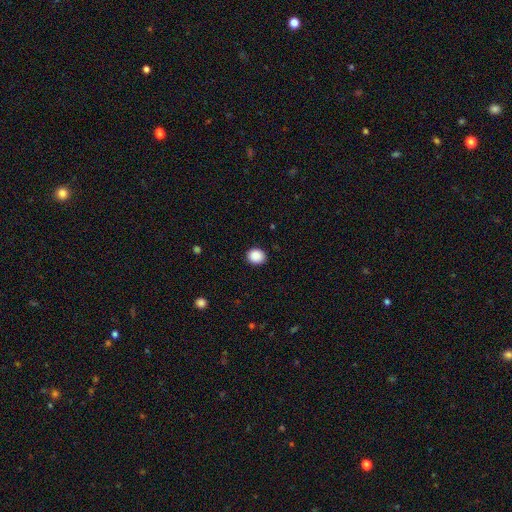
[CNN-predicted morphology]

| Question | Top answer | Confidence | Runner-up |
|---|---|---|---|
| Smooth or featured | smooth | 89% | star or artifact (8%) |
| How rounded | round | 71% | in between (28%) |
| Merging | none | 90% | minor disturbance (7%) |